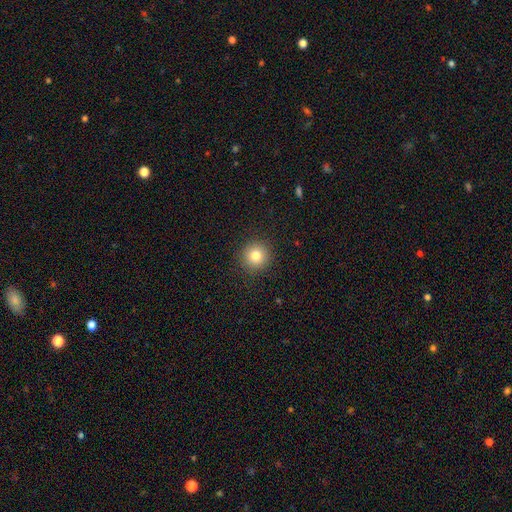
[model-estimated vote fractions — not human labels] Smooth or featured: smooth — 81% (star or artifact — 11%)
How rounded: round — 95% (in between — 4%)
Merging: none — 92% (minor disturbance — 5%)